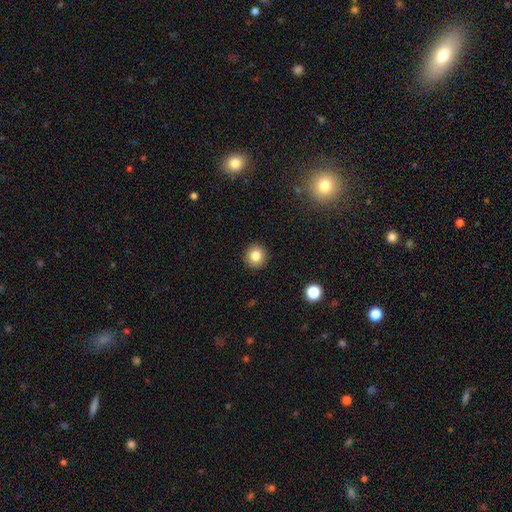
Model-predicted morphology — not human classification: A smooth galaxy with no disk features (83%) that is round (92%). Merging: none (92%).